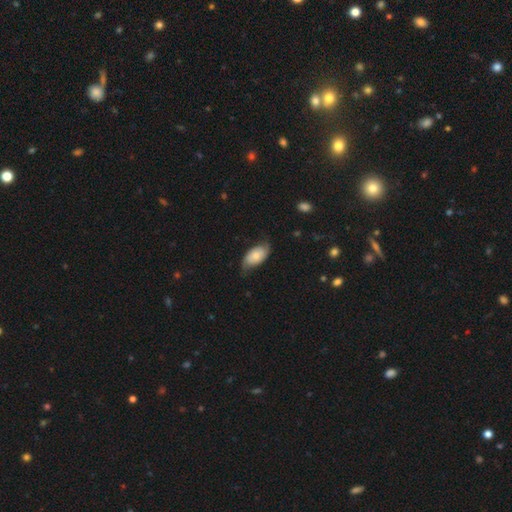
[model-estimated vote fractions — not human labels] smooth_or_featured: smooth (p=0.65) [alt: featured or disk p=0.29]
how_rounded: in between (p=0.94) [alt: round p=0.04]
merging: none (p=0.63) [alt: minor disturbance p=0.28]